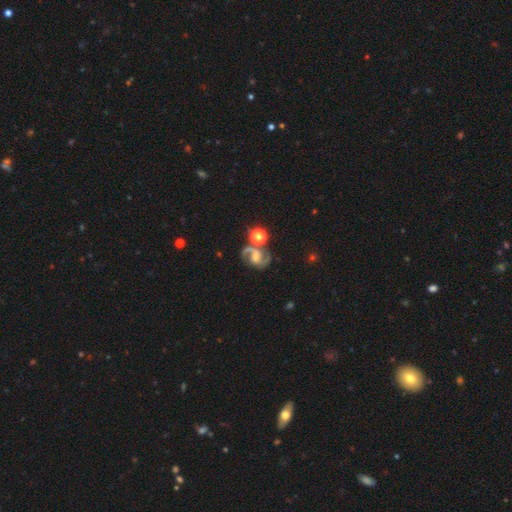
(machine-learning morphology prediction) The model was most divided on "bulge size": moderate: 42%, small: 39%, none: 10%, large: 7%, dominant: 2%. Remaining: edge-on disk — no (98%); spiral arms — yes (98%); spiral arm count — 2 (93%); smooth or featured — featured or disk (87%); merging — none (66%); spiral winding — medium (60%); bar — weak (46%).